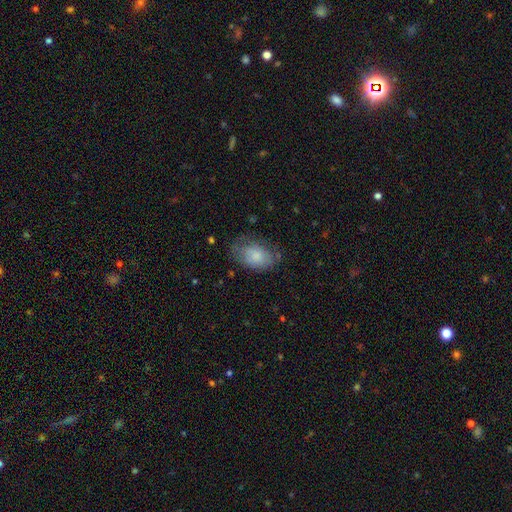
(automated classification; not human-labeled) Smooth or featured? smooth (79%)
How rounded? in between (89%)
Merging? none (59%)